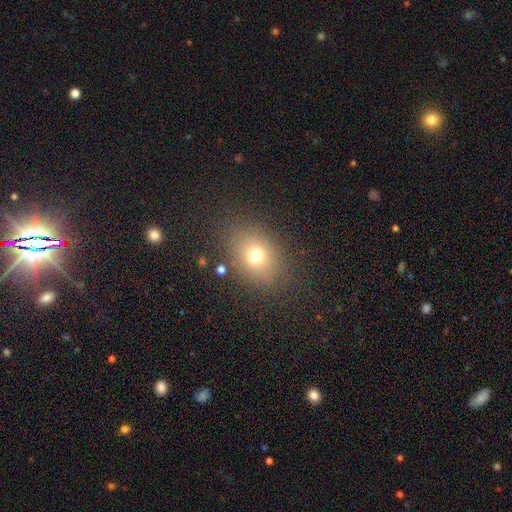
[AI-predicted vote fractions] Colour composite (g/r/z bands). It shows a smooth galaxy with no disk features (72%) that is in between round and cigar-shaped (58%). Merging: none (81%).